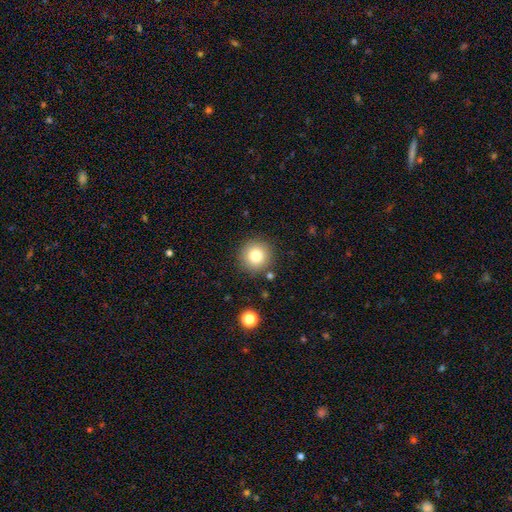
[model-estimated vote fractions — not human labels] Overall: smooth (80%). How rounded: round (94%). Merging: none (88%).